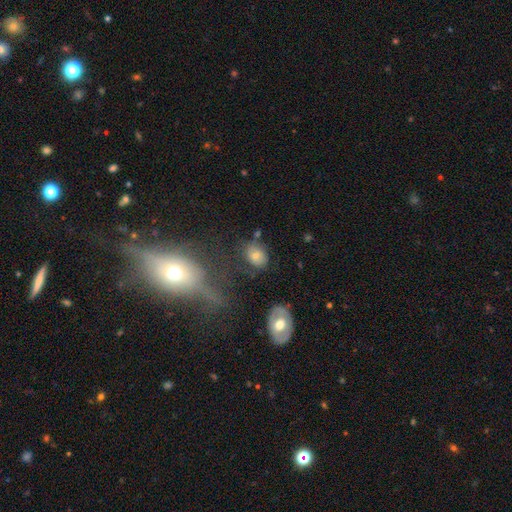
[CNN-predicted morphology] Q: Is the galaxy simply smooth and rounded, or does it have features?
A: smooth — 61%.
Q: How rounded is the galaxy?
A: in between — 63%.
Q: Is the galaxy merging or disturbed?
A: none — 67%.